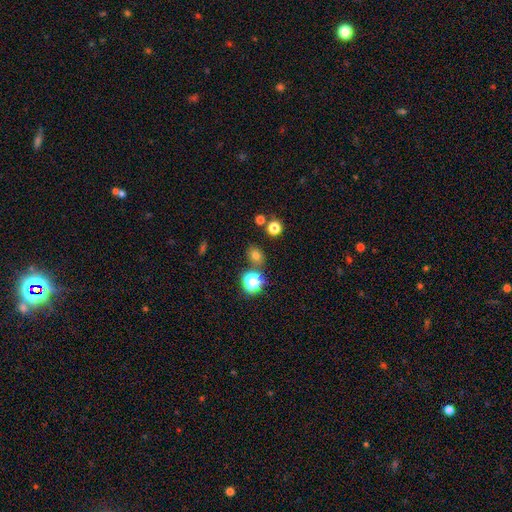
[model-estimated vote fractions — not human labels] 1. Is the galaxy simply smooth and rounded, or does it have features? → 70% smooth, 21% star or artifact, 8% featured or disk.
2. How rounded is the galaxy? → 62% round, 37% in between, 1% cigar-shaped.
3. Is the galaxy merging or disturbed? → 79% none, 10% minor disturbance, 8% merger, 3% major disturbance.